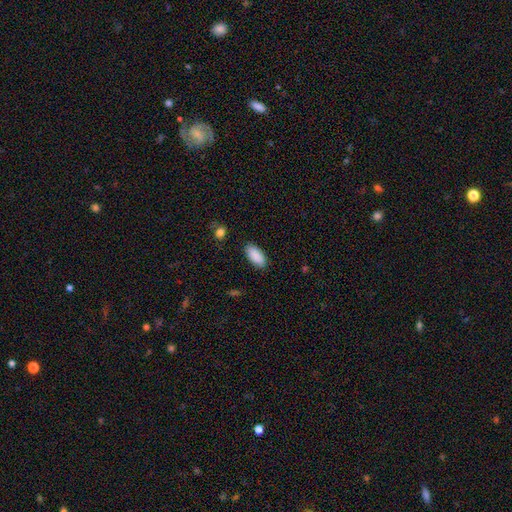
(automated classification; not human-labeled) Smooth or featured: smooth — 90% (star or artifact — 6%)
How rounded: in between — 89% (cigar-shaped — 9%)
Merging: none — 88% (minor disturbance — 9%)